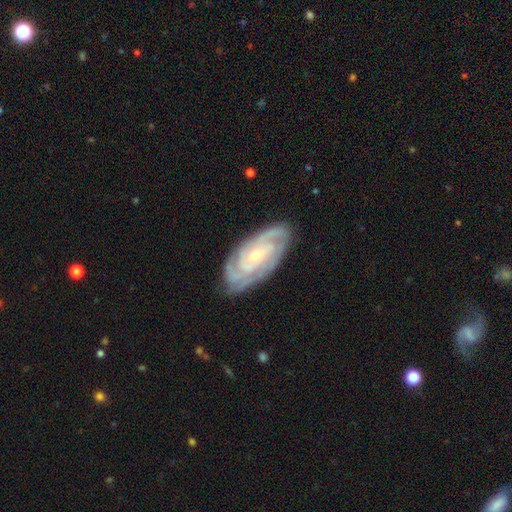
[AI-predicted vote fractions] Morphology: type=featured or disk (88%); edge-on=no (95%); bar=no (61%); spiral arms=yes (98%); winding=tight (74%); arm count=3 (32%); bulge=small (65%); merging=none (81%).